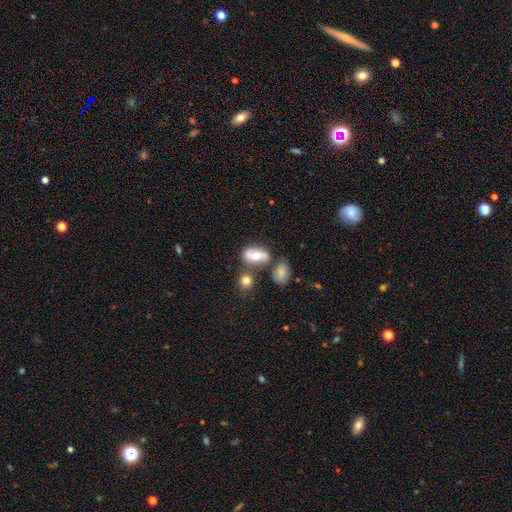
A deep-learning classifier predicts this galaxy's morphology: Smooth or featured: smooth — 46% (featured or disk — 45%)
Merging: none — 57% (minor disturbance — 18%)